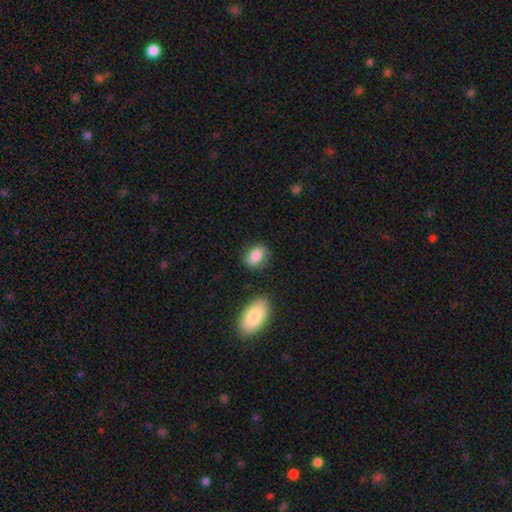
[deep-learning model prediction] smooth_or_featured: smooth (p=0.83) [alt: featured or disk p=0.10]
how_rounded: in between (p=0.75) [alt: round p=0.23]
merging: none (p=0.73) [alt: minor disturbance p=0.18]